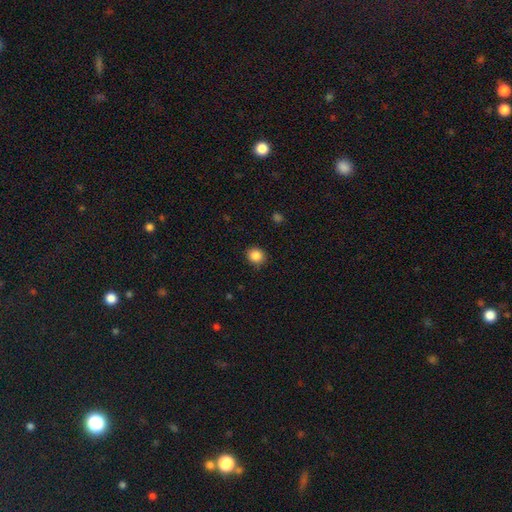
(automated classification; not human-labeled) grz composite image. It shows a smooth galaxy with no disk features (87%) that is round (82%). Merging: none (89%).